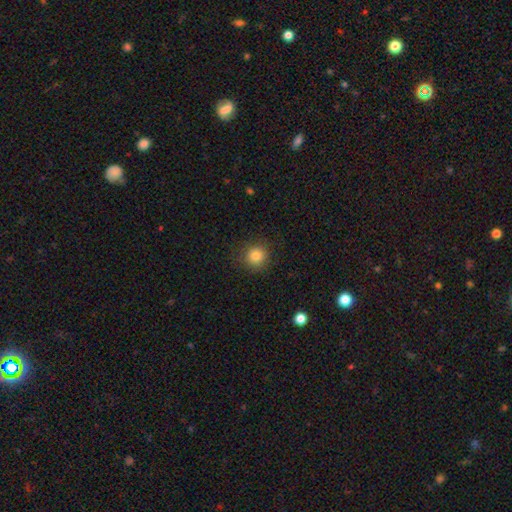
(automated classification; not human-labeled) This is clearly a smooth galaxy (82%). How rounded: clearly round (92%). Merging: clearly none (88%).